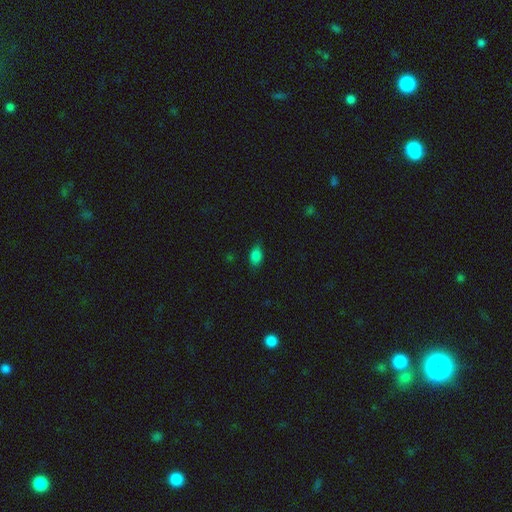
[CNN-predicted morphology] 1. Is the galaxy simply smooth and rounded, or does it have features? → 83% smooth, 12% star or artifact, 5% featured or disk.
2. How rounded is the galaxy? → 88% in between, 9% round, 3% cigar-shaped.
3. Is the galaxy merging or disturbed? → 76% none, 19% minor disturbance, 4% major disturbance, 1% merger.